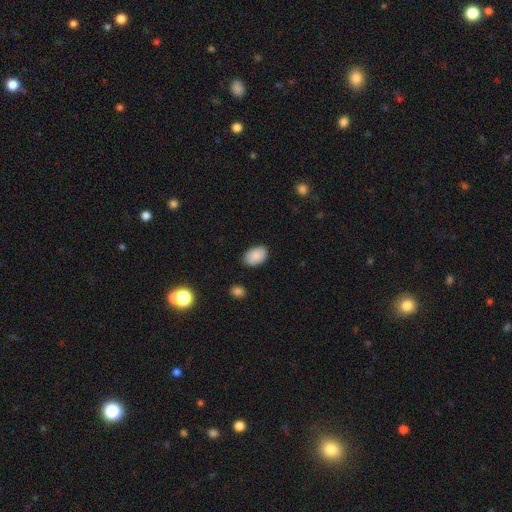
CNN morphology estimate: Smooth or featured?
  - smooth: 88% *
  - star or artifact: 7%
  - featured or disk: 4%
How rounded?
  - in between: 87% *
  - round: 12%
  - cigar-shaped: 1%
Merging?
  - none: 86% *
  - minor disturbance: 11%
  - major disturbance: 2%
  - merger: 1%